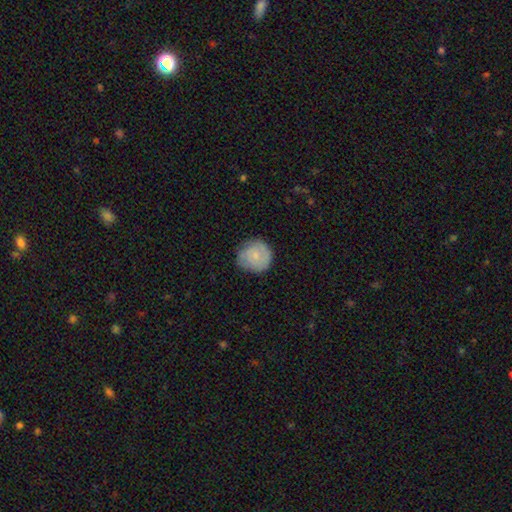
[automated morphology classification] Smooth or featured? smooth (59%)
How rounded? round (89%)
Merging? none (74%)